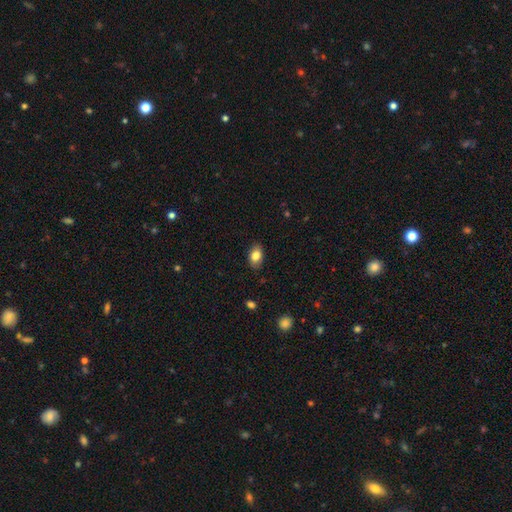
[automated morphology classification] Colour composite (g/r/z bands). It shows a smooth galaxy with no disk features (84%) that is in between round and cigar-shaped (88%). Merging: none (86%).